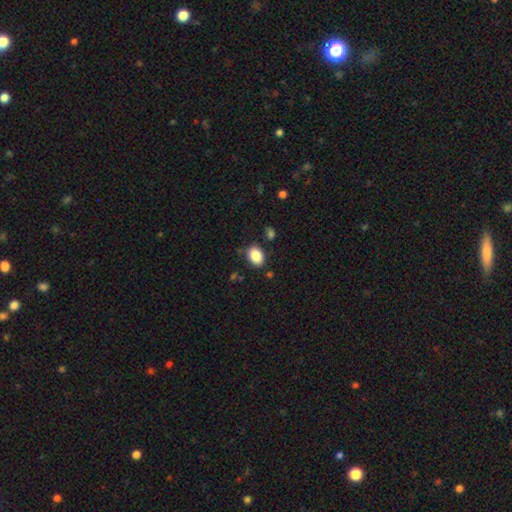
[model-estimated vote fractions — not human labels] Smooth or featured: smooth — 86% (star or artifact — 8%)
How rounded: in between — 78% (round — 21%)
Merging: none — 83% (minor disturbance — 11%)